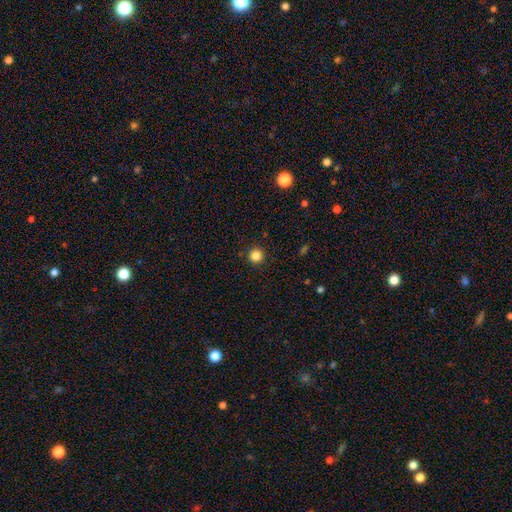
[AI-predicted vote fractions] The model was most divided on "smooth or featured": smooth: 85%, star or artifact: 12%, featured or disk: 3%. More confident: how rounded — round (96%); merging — none (92%).